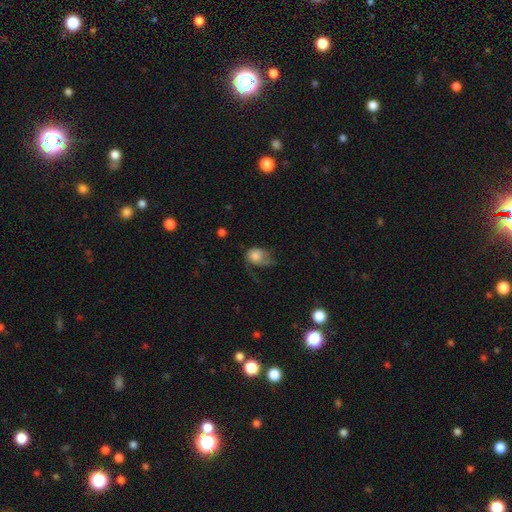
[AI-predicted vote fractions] Smooth or featured: smooth — 69% (featured or disk — 22%)
How rounded: in between — 52% (round — 47%)
Merging: major disturbance — 44% (minor disturbance — 28%)